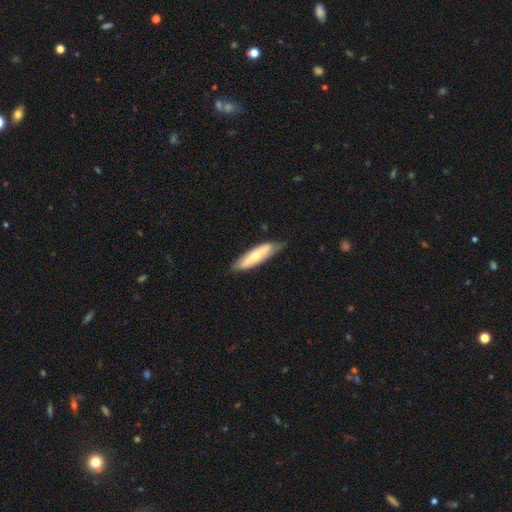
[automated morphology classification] Overall: smooth (55%; featured or disk 40%). How rounded: cigar-shaped (64%; in between 34%). Merging: none (75%).